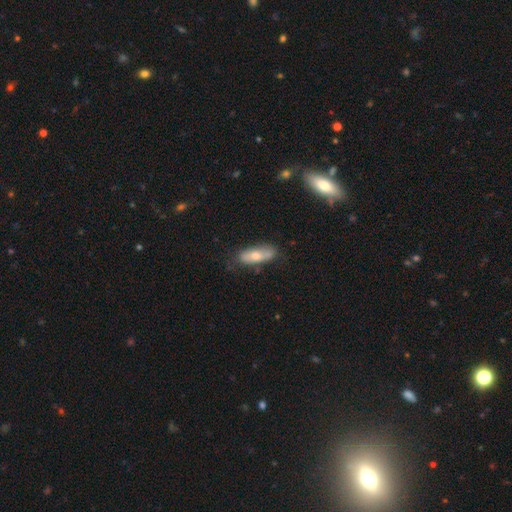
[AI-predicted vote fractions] A smooth galaxy with no disk features (66%) that is in between round and cigar-shaped (65%). Merging: none (68%).